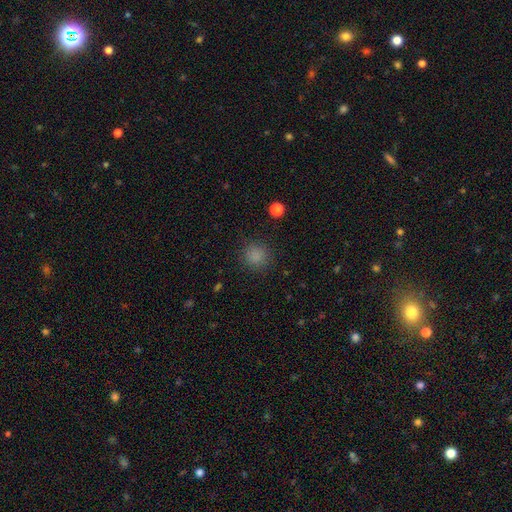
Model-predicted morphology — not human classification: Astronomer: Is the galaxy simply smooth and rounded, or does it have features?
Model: smooth — 83%.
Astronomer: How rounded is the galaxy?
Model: round — 90%.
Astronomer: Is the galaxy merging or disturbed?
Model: none — 86%.